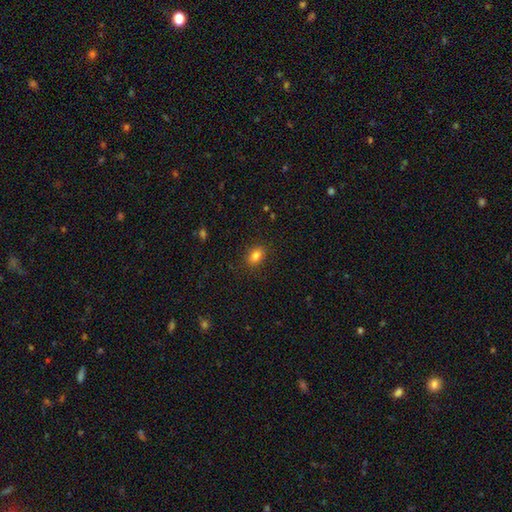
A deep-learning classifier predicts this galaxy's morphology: Smooth or featured?
  - smooth: 83% *
  - star or artifact: 11%
  - featured or disk: 7%
How rounded?
  - in between: 72% *
  - round: 27%
  - cigar-shaped: 1%
Merging?
  - none: 86% *
  - minor disturbance: 10%
  - major disturbance: 3%
  - merger: 1%